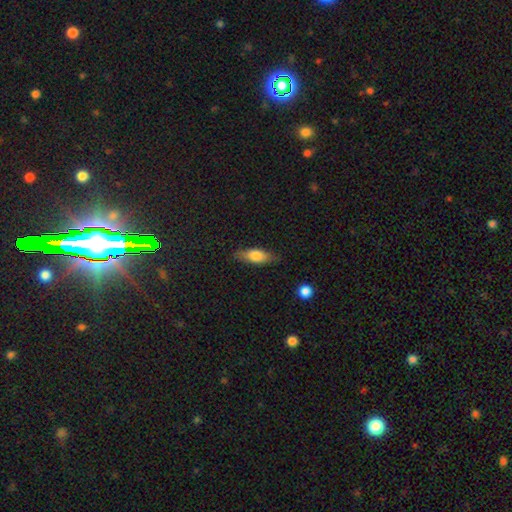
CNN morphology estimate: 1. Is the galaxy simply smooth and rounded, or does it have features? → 70% smooth, 24% featured or disk, 7% star or artifact.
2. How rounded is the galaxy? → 67% in between, 30% cigar-shaped, 3% round.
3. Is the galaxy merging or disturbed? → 81% none, 15% minor disturbance, 3% major disturbance, 1% merger.